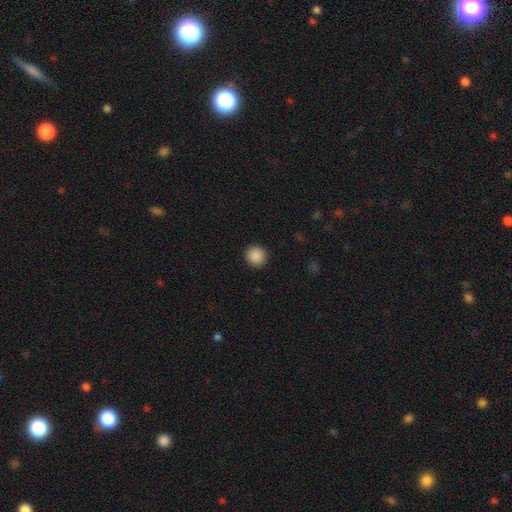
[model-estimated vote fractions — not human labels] The model was most divided on "smooth or featured": smooth: 89%, star or artifact: 9%, featured or disk: 2%. More confident: how rounded — round (94%); merging — none (92%).